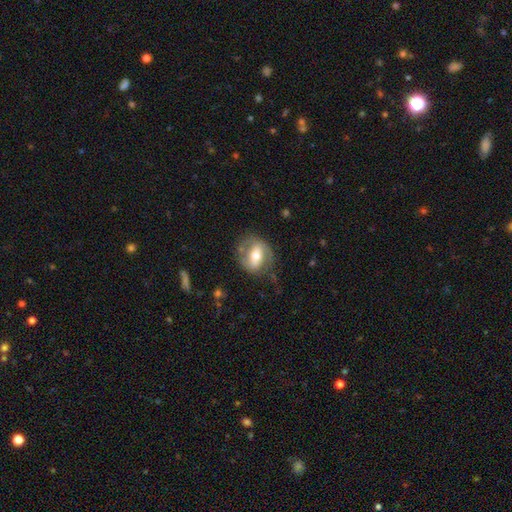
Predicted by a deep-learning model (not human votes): smooth_or_featured: featured or disk (p=0.59) [alt: smooth p=0.35]
disk_edge_on: no (p=0.93) [alt: yes p=0.07]
bar: strong (p=0.44) [alt: weak p=0.32]
has_spiral_arms: yes (p=0.54) [alt: no p=0.46]
bulge_size: moderate (p=0.69) [alt: small p=0.19]
merging: none (p=0.64) [alt: minor disturbance p=0.21]